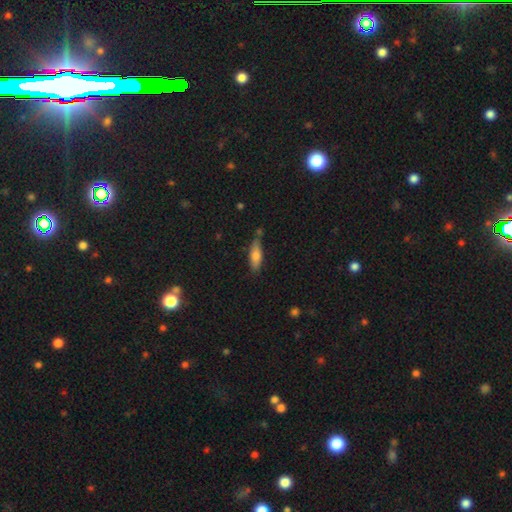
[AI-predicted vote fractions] This is likely a smooth galaxy (74%). How rounded: possibly in between (52%). Merging: likely none (67%).